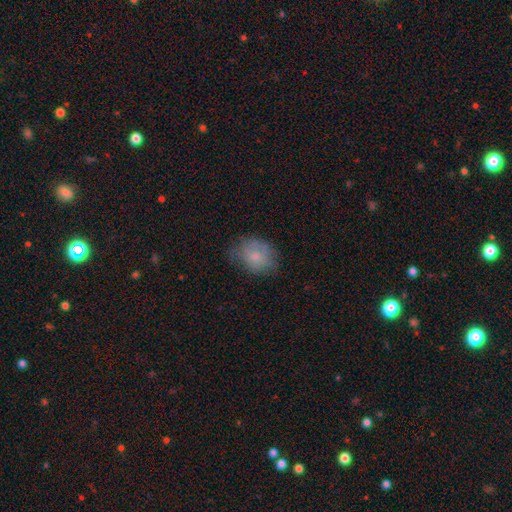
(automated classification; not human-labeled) A smooth galaxy with no disk features (73%) that is in between round and cigar-shaped (54%). Merging: none (60%).